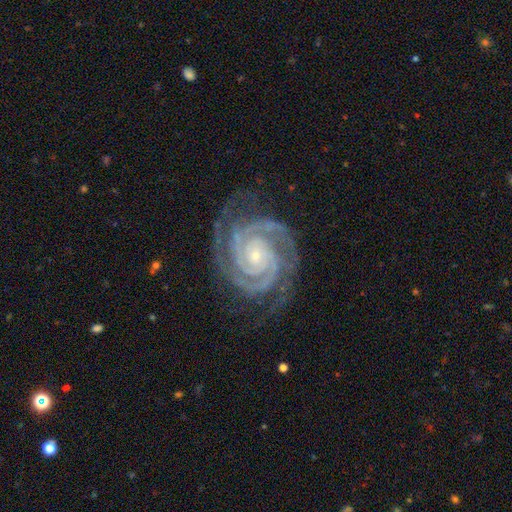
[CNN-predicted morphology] A featured or disk galaxy (94%) with no bar (71%), 2 (51%) tight (83%) spiral arms (99%) and a small central bulge (79%).

Vote fractions:
- Smooth or featured? featured or disk: 94% / star or artifact: 4% / smooth: 2%
- Edge-on disk? no: 98% / yes: 2%
- Bar? no: 71% / weak: 18% / strong: 12%
- Spiral arms? yes: 99% / no: 1%
- Spiral winding? tight: 83% / medium: 15% / loose: 1%
- Spiral arm count? 2: 51% / 3: 25% / 4: 9% / can't tell: 6% / more than 4: 5% / 1: 5%
- Bulge size? small: 79% / moderate: 17% / none: 2% / large: 1% / dominant: 1%
- Merging? none: 78% / minor disturbance: 16% / major disturbance: 5% / merger: 1%